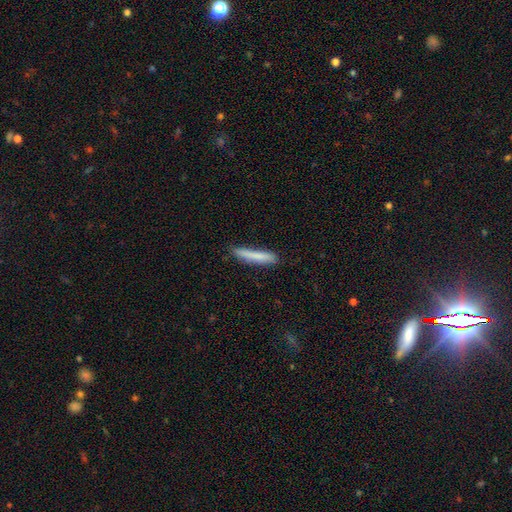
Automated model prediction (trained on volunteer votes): Smooth or featured: smooth — 78% (featured or disk — 16%)
How rounded: cigar-shaped — 94% (in between — 5%)
Merging: none — 83% (minor disturbance — 13%)